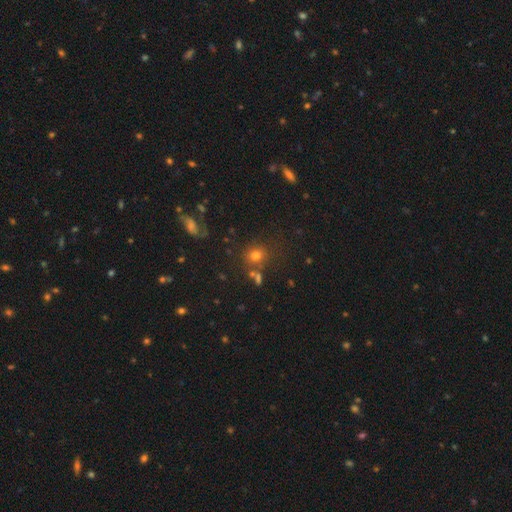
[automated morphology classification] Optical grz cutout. It shows a smooth galaxy with no disk features (72%) that is round (77%). Merging: none (71%).